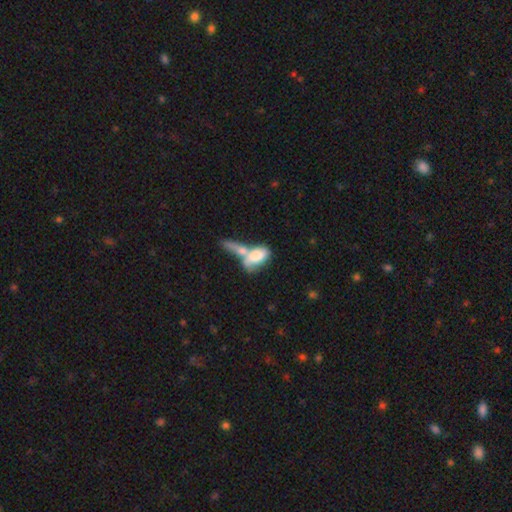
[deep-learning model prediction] This appears to be a smooth galaxy with no disk features (68%) that is in between round and cigar-shaped (84%). Merging: merger (66%).